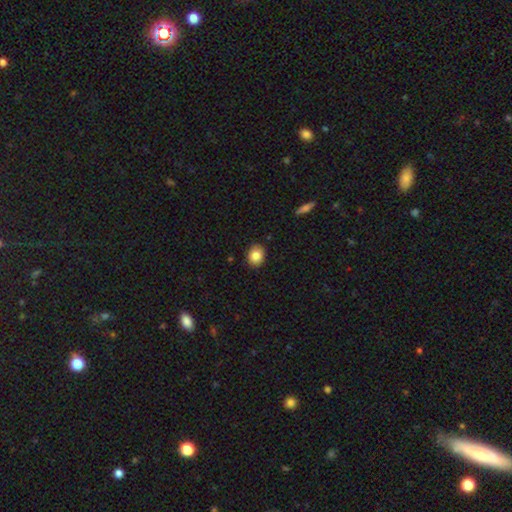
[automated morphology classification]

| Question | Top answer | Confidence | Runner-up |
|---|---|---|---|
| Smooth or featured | smooth | 84% | star or artifact (9%) |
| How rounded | in between | 50% | round (49%) |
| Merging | none | 89% | minor disturbance (9%) |